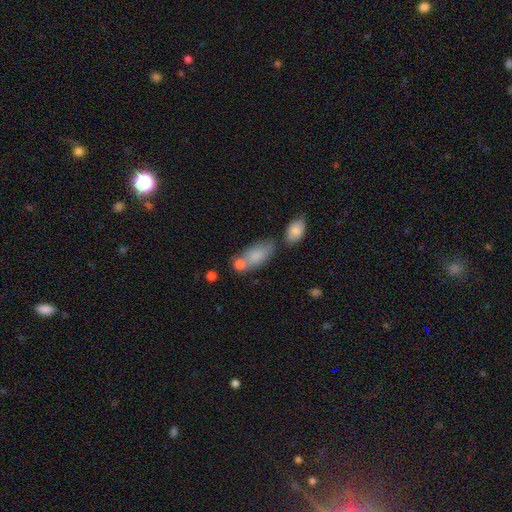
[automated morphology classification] smooth-or-featured: smooth: 81% | featured or disk: 12% | star or artifact: 8%
  how-rounded: in between: 86% | cigar-shaped: 9% | round: 5%
  merging: none: 49% | merger: 25% | minor disturbance: 19% | major disturbance: 7%